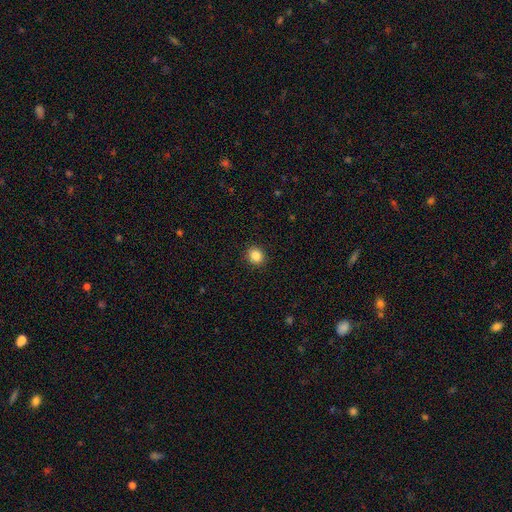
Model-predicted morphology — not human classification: Smooth or featured? Predicted: smooth (p=0.85). How rounded? Predicted: round (p=0.84). Merging? Predicted: none (p=0.92).